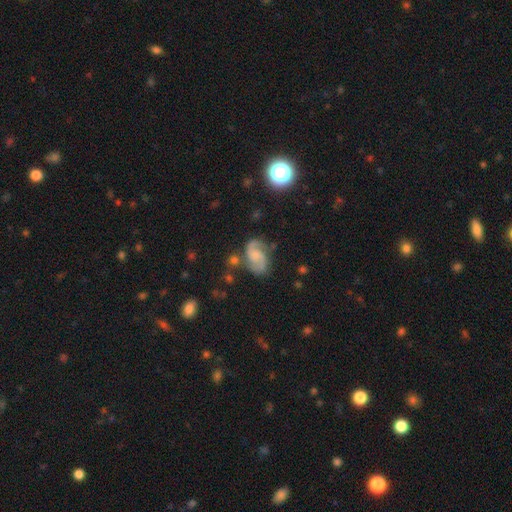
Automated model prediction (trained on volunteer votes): Smooth or featured?
  - featured or disk: 80% *
  - smooth: 13%
  - star or artifact: 7%
Edge-on disk?
  - no: 98% *
  - yes: 2%
Bar?
  - no: 59% *
  - weak: 35%
  - strong: 6%
Spiral arms?
  - yes: 96% *
  - no: 4%
Spiral winding?
  - medium: 55% *
  - loose: 24%
  - tight: 21%
Spiral arm count?
  - 2: 90% *
  - can't tell: 4%
  - 1: 2%
  - 3: 2%
  - 4: 1%
  - more than 4: 1%
Bulge size?
  - small: 50% *
  - moderate: 29%
  - none: 16%
  - large: 3%
  - dominant: 1%
Merging?
  - none: 67% *
  - minor disturbance: 19%
  - major disturbance: 8%
  - merger: 6%